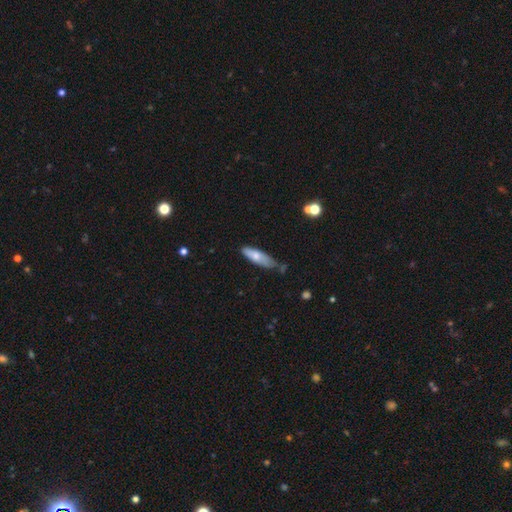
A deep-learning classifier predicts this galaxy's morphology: The model was most divided on "how rounded": cigar-shaped: 55%, in between: 43%, round: 2%. More confident: smooth or featured — smooth (69%); merging — none (54%).